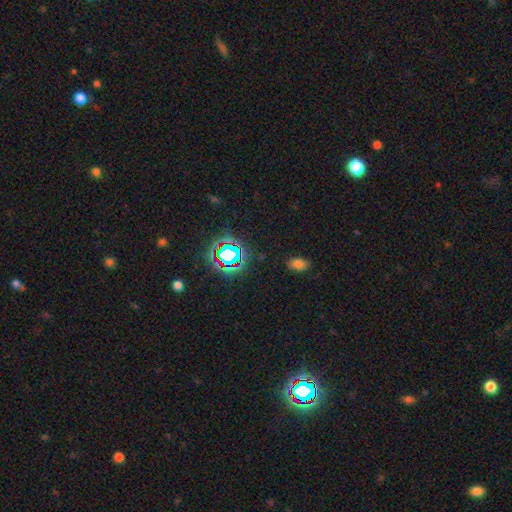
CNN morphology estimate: A star or artifact, not a galaxy (63%).